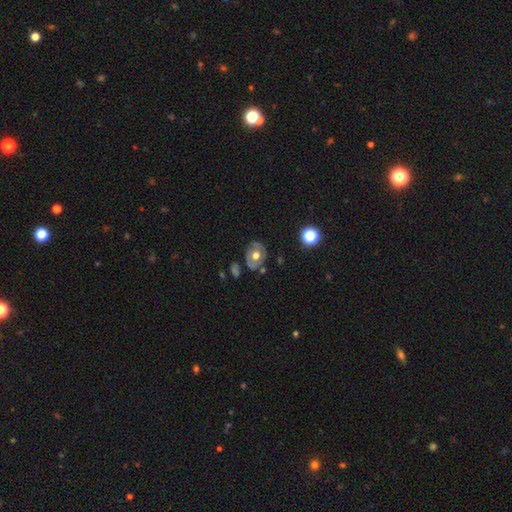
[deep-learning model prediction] A featured or disk galaxy (49%).

Vote fractions:
- Smooth or featured? featured or disk: 49% / smooth: 43% / star or artifact: 9%
- Merging? none: 72% / minor disturbance: 18% / major disturbance: 6% / merger: 5%